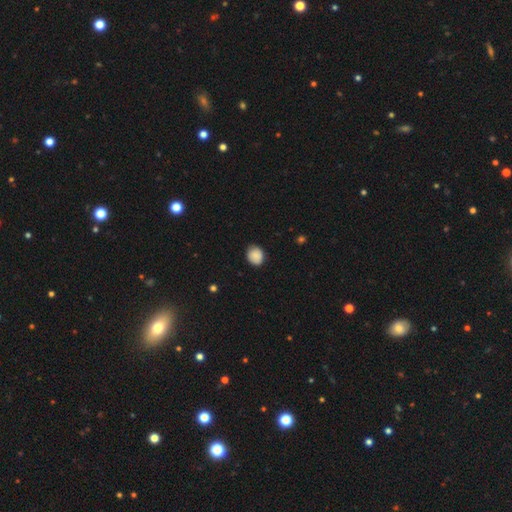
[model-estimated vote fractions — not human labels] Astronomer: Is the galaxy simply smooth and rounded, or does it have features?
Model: smooth — 87%.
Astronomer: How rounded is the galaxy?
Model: round — 66%.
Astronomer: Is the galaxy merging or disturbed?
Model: none — 82%.